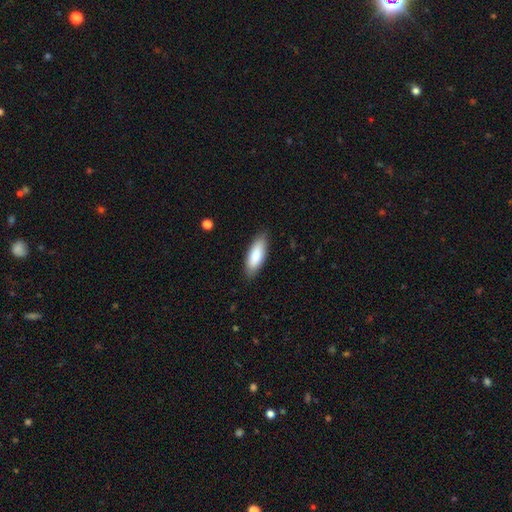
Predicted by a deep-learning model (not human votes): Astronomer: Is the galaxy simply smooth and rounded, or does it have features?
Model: smooth — 83%.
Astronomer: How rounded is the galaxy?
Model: in between — 69%.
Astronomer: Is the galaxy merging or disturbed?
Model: none — 86%.